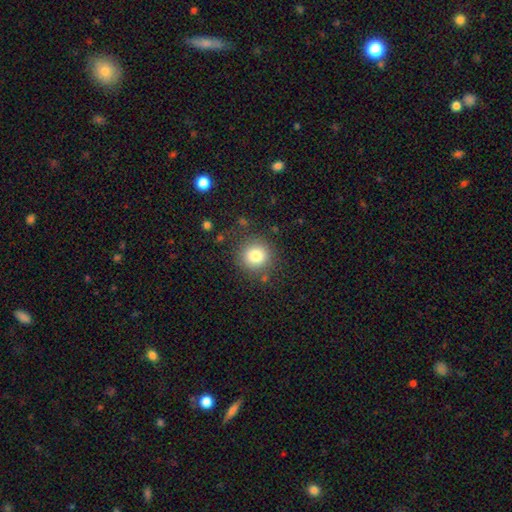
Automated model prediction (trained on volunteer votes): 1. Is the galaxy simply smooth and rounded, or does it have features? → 81% smooth, 11% star or artifact, 8% featured or disk.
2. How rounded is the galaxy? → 92% round, 7% in between, 1% cigar-shaped.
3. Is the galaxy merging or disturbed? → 84% none, 10% minor disturbance, 4% major disturbance, 2% merger.